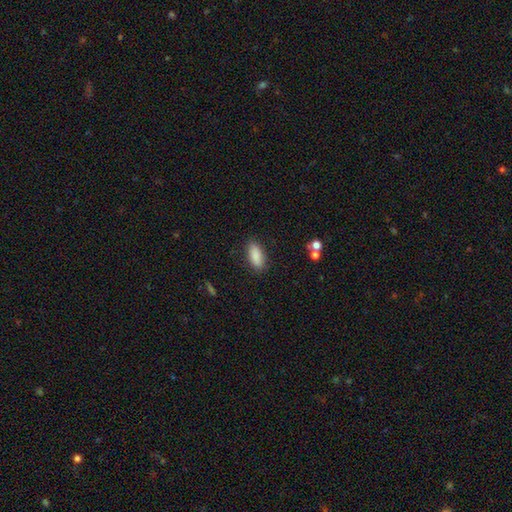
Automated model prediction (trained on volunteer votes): Q: Smooth or featured?
A: smooth (88%); runner-up: star or artifact (7%)
Q: How rounded?
A: in between (80%); runner-up: cigar-shaped (18%)
Q: Merging?
A: none (87%); runner-up: minor disturbance (9%)